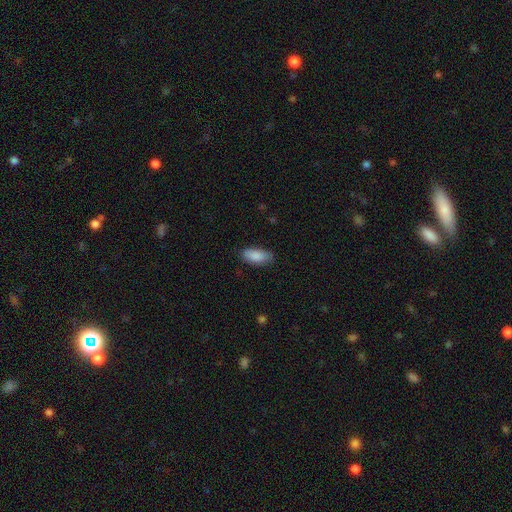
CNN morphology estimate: Smooth or featured?
  - smooth: 88% *
  - star or artifact: 6%
  - featured or disk: 6%
How rounded?
  - in between: 86% *
  - cigar-shaped: 12%
  - round: 2%
Merging?
  - none: 79% *
  - minor disturbance: 17%
  - major disturbance: 3%
  - merger: 1%